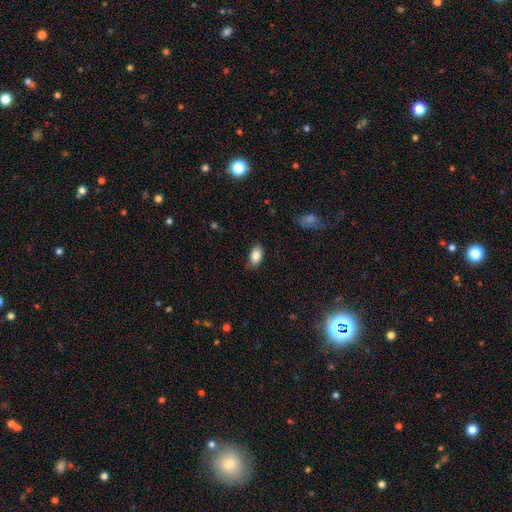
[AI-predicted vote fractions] This appears to be a smooth galaxy with no disk features (86%) that is in between round and cigar-shaped (91%). Merging: none (79%).